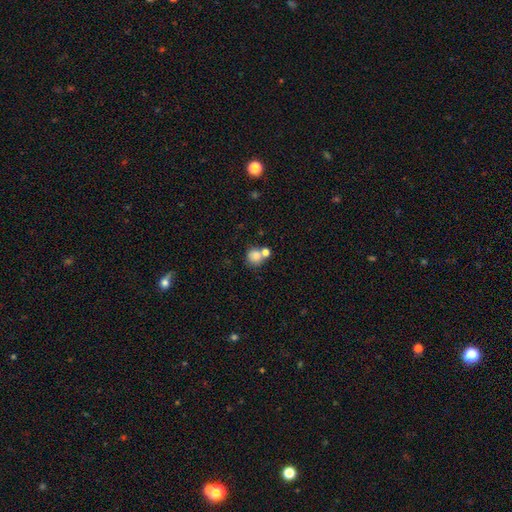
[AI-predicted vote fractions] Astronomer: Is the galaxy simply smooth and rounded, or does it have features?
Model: smooth — 79%.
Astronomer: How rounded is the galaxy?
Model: round — 85%.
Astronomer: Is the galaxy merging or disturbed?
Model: none — 48% (runner-up: merger, 38%).